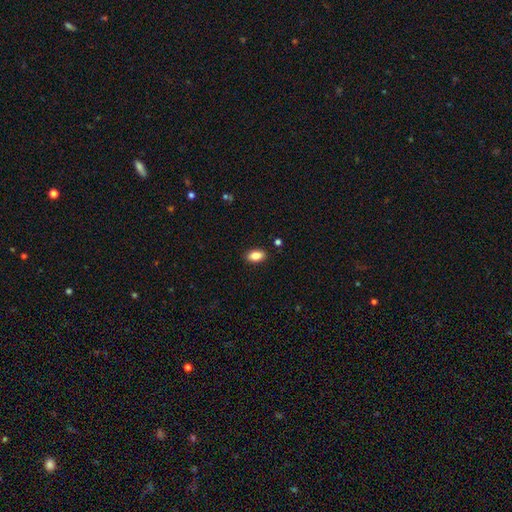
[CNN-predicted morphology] A smooth galaxy with no disk features (86%) that is in between round and cigar-shaped (91%).

Vote fractions:
- Smooth or featured? smooth: 86% / star or artifact: 8% / featured or disk: 6%
- How rounded? in between: 91% / round: 6% / cigar-shaped: 3%
- Merging? none: 89% / minor disturbance: 8% / major disturbance: 2% / merger: 1%